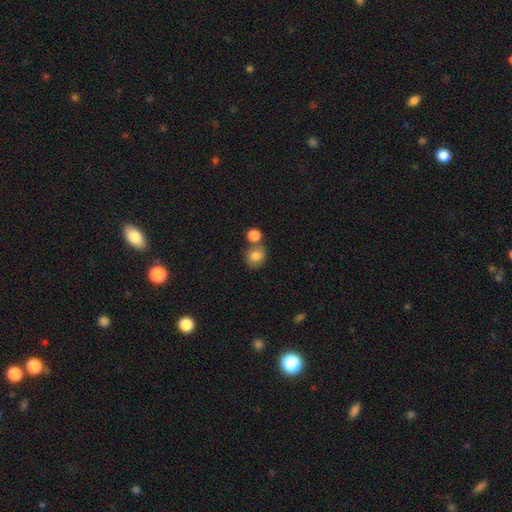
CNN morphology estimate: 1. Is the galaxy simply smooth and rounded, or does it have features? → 82% smooth, 10% star or artifact, 8% featured or disk.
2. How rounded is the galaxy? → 74% round, 25% in between, 1% cigar-shaped.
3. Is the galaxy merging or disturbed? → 56% none, 29% merger, 11% minor disturbance, 4% major disturbance.